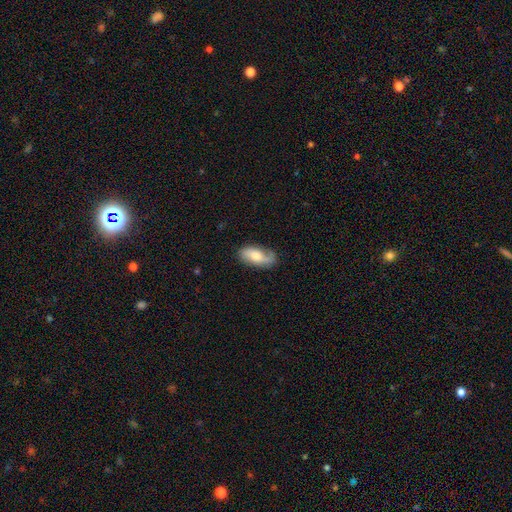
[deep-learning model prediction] Morphology: type=featured or disk (48%); merging=none (68%).